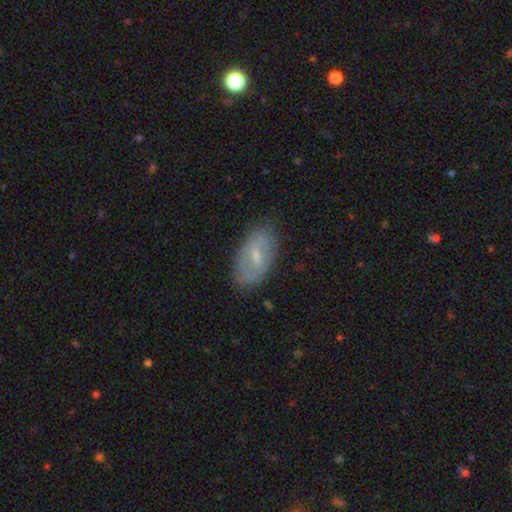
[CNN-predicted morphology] Q: Smooth or featured?
A: smooth (47%); runner-up: featured or disk (45%)
Q: Merging?
A: none (79%); runner-up: minor disturbance (16%)